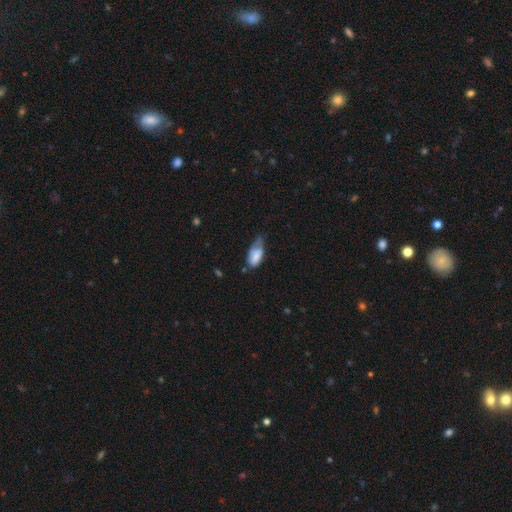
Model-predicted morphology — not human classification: The model was most divided on "merging": minor disturbance: 46%, major disturbance: 25%, none: 24%, merger: 5%. More confident: how rounded — in between (90%); smooth or featured — smooth (76%).